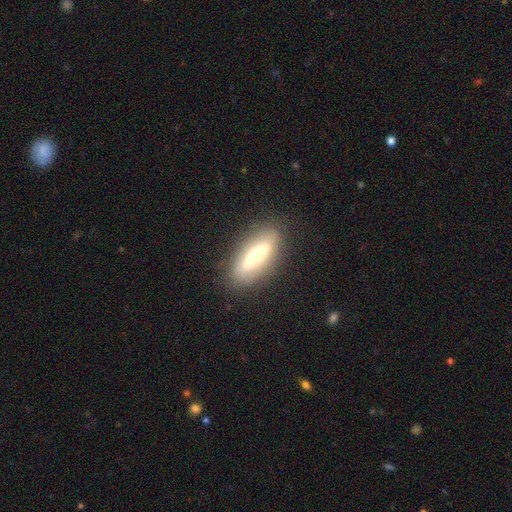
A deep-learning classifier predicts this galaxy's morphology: Smooth or featured: featured or disk — 50% (smooth — 43%)
Merging: none — 85% (minor disturbance — 10%)